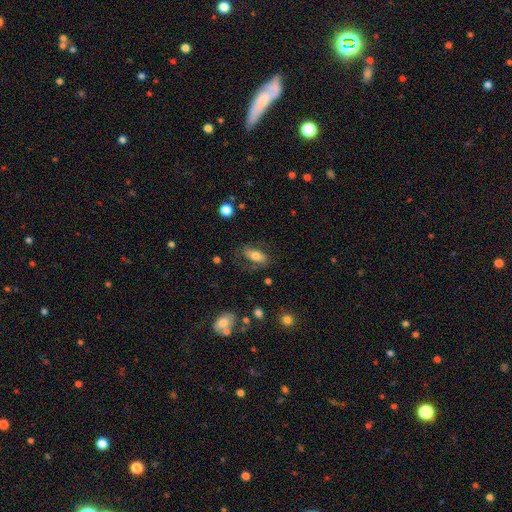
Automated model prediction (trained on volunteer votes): Q: Smooth or featured?
A: smooth (65%); runner-up: featured or disk (27%)
Q: How rounded?
A: in between (82%); runner-up: cigar-shaped (13%)
Q: Merging?
A: none (70%); runner-up: minor disturbance (18%)